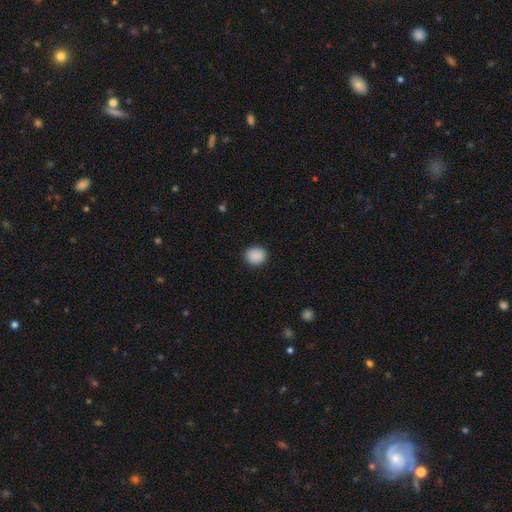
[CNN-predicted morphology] This is clearly a smooth galaxy (90%). How rounded: likely round (73%). Merging: clearly none (90%).